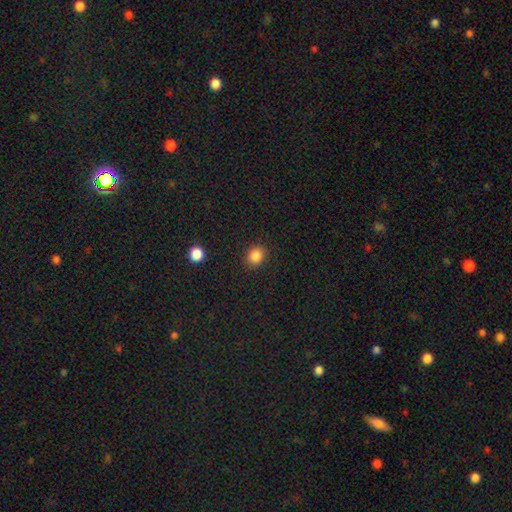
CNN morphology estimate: smooth-or-featured: smooth: 85% | star or artifact: 11% | featured or disk: 4%
  how-rounded: round: 71% | in between: 28% | cigar-shaped: 1%
  merging: none: 88% | minor disturbance: 8% | major disturbance: 3% | merger: 1%